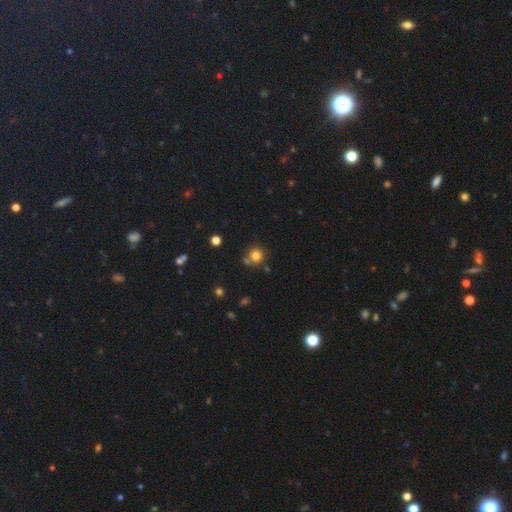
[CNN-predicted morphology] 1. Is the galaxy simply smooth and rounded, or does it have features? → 80% smooth, 13% star or artifact, 7% featured or disk.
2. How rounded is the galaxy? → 91% round, 8% in between, 1% cigar-shaped.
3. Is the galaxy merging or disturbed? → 70% none, 16% merger, 11% minor disturbance, 4% major disturbance.